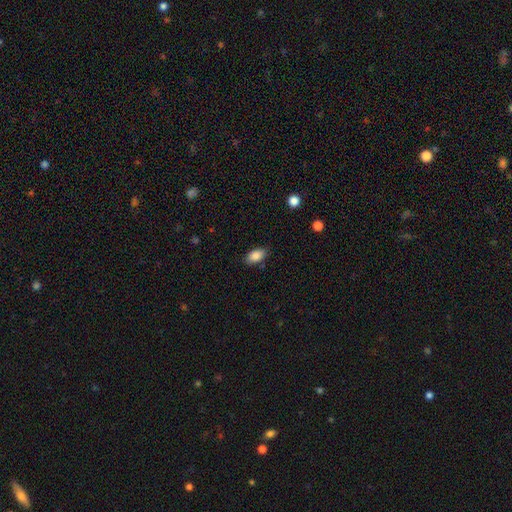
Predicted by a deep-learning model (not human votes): smooth_or_featured: smooth (p=0.86) [alt: star or artifact p=0.08]
how_rounded: in between (p=0.92) [alt: round p=0.05]
merging: none (p=0.84) [alt: minor disturbance p=0.12]